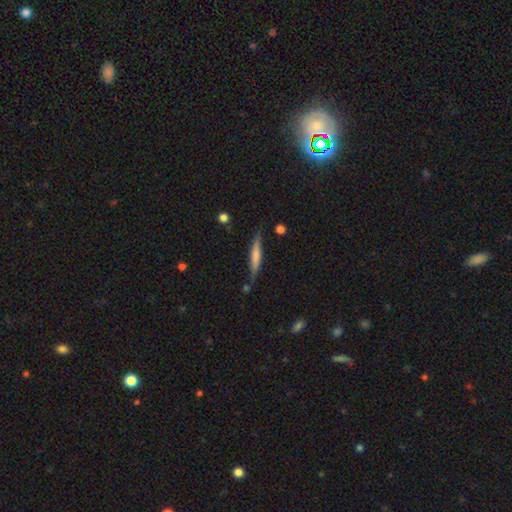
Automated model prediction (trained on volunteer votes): smooth_or_featured: smooth (p=0.58) [alt: featured or disk p=0.36]
how_rounded: cigar-shaped (p=0.89) [alt: in between p=0.09]
merging: none (p=0.74) [alt: minor disturbance p=0.18]